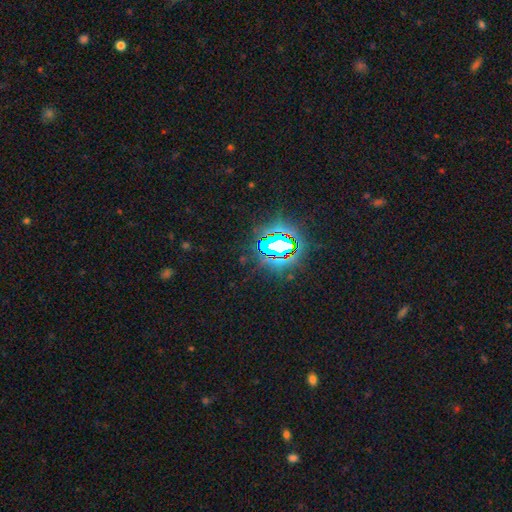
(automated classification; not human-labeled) Smooth or featured: star or artifact — 82% (smooth — 11%)